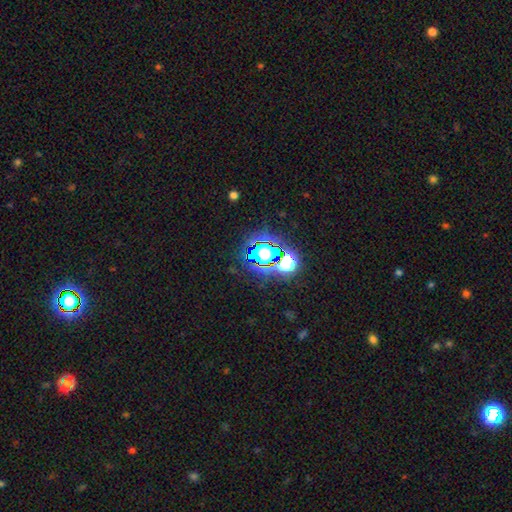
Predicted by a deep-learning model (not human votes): This is likely a star or artifact rather than a galaxy (74%).